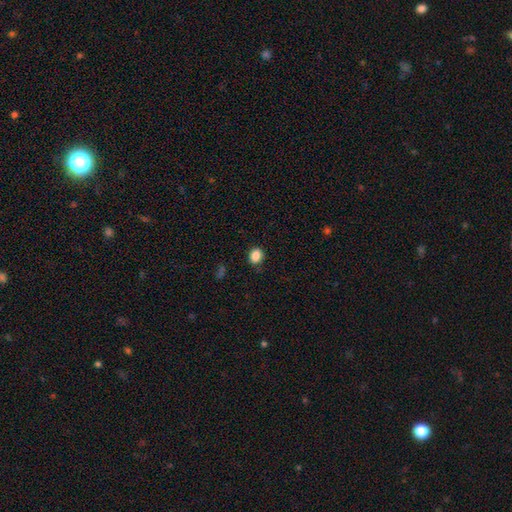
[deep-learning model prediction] This is clearly a smooth galaxy (86%). How rounded: possibly round (59%). Merging: clearly none (85%).